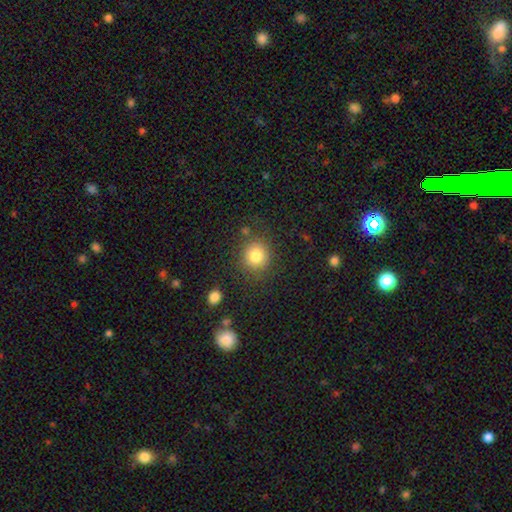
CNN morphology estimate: The model was most divided on "smooth or featured": smooth: 81%, star or artifact: 11%, featured or disk: 8%. More confident: how rounded — round (87%); merging — none (82%).